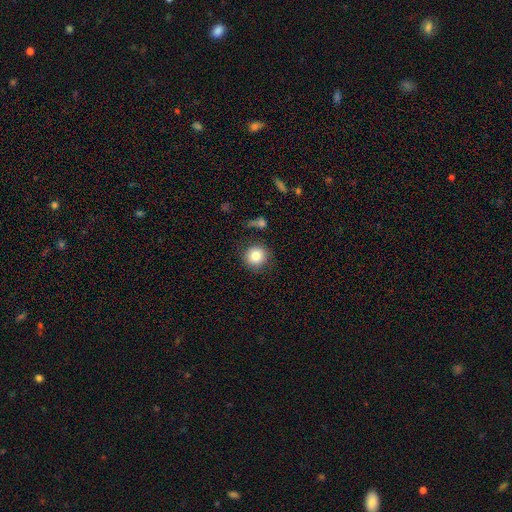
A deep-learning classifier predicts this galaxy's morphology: Smooth or featured? Predicted: smooth (p=0.82). How rounded? Predicted: round (p=0.93). Merging? Predicted: none (p=0.81).